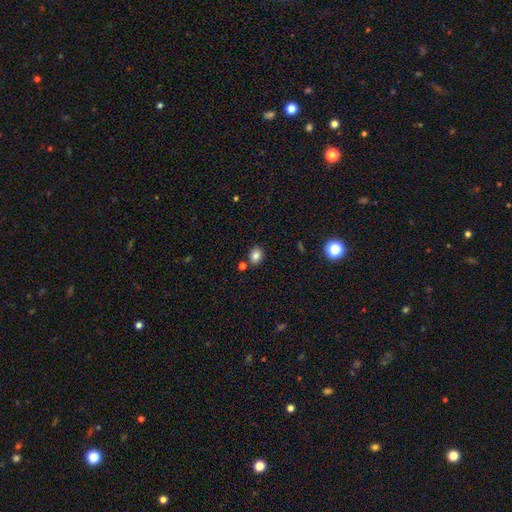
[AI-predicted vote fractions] A smooth galaxy with no disk features (82%) that is in between round and cigar-shaped (54%). Merging: none (79%).